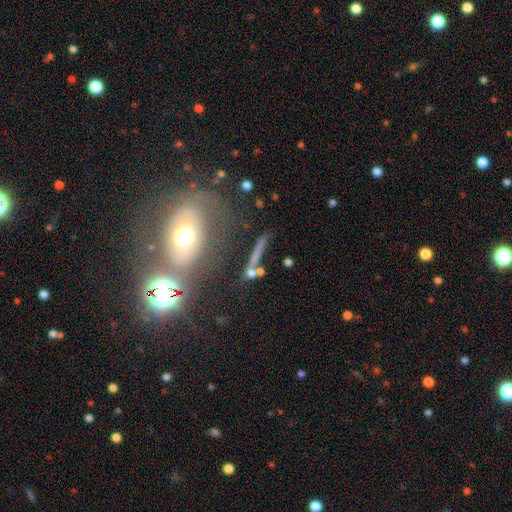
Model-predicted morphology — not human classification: A smooth galaxy with no disk features (48%). Merging: none (68%).